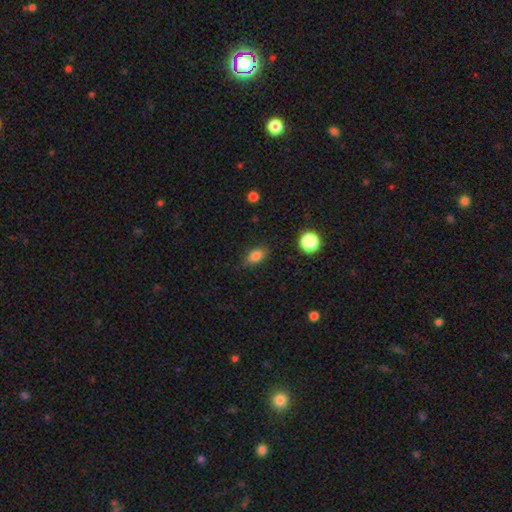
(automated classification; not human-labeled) Smooth or featured? Predicted: smooth (p=0.83). How rounded? Predicted: in between (p=0.83). Merging? Predicted: none (p=0.79).